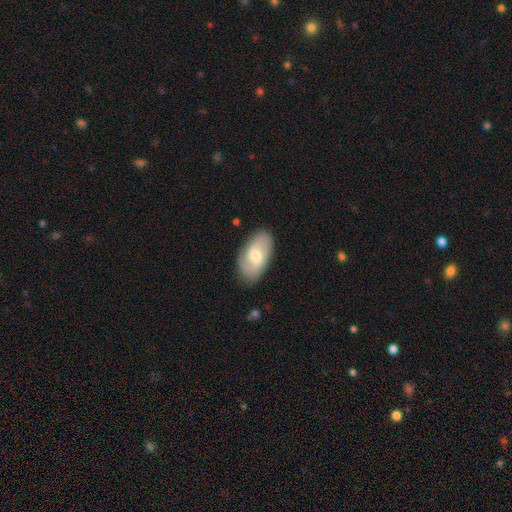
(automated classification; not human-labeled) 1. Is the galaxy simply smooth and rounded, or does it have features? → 51% smooth, 43% featured or disk, 6% star or artifact.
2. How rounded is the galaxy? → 93% in between, 4% round, 3% cigar-shaped.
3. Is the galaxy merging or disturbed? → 81% none, 14% minor disturbance, 3% major disturbance, 1% merger.